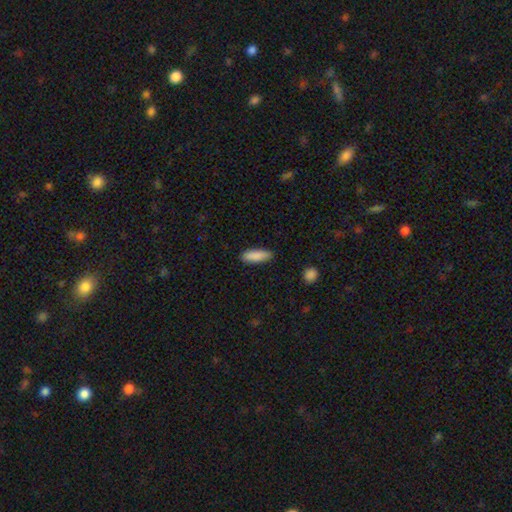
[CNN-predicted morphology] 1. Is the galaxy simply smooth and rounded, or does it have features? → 89% smooth, 6% star or artifact, 5% featured or disk.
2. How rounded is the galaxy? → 55% in between, 43% cigar-shaped, 2% round.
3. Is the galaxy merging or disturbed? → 86% none, 10% minor disturbance, 2% major disturbance, 1% merger.